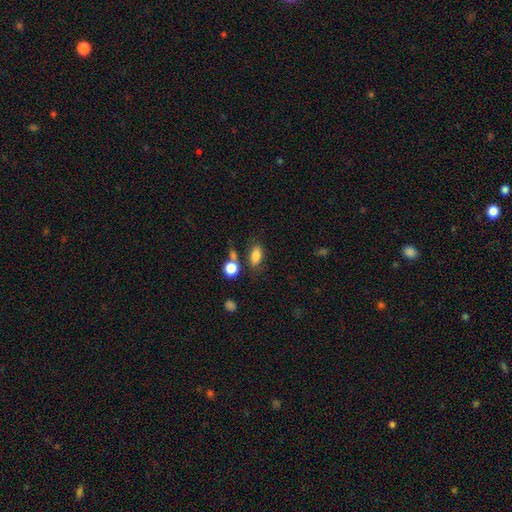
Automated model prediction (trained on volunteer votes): Overall: smooth (83%). How rounded: in between (85%). Merging: none (67%).